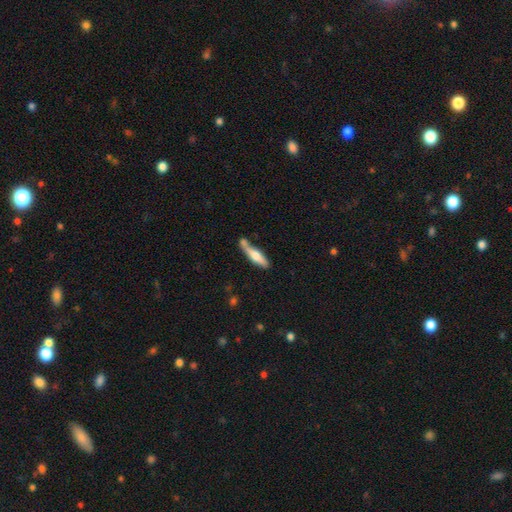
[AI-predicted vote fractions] A smooth galaxy with no disk features (59%) that is cigar-shaped (75%).

Vote fractions:
- Smooth or featured? smooth: 59% / featured or disk: 36% / star or artifact: 5%
- How rounded? cigar-shaped: 75% / in between: 23% / round: 2%
- Merging? none: 53% / merger: 20% / minor disturbance: 20% / major disturbance: 6%